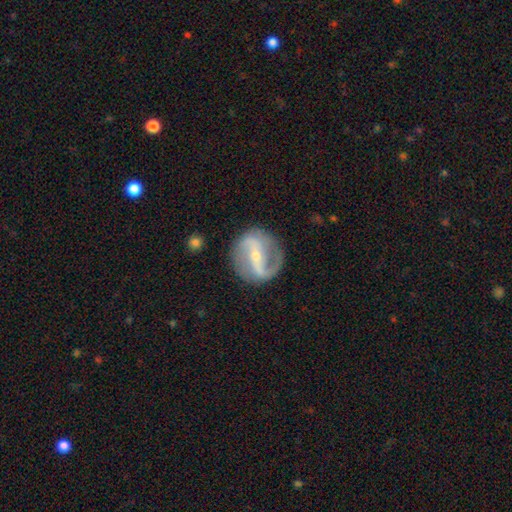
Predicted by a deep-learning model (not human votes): smooth-or-featured: featured or disk: 87% | smooth: 8% | star or artifact: 5%
  disk-edge-on: no: 96% | yes: 4%
    bar: strong: 58% | weak: 26% | no: 16%
    has-spiral-arms: yes: 92% | no: 8%
      spiral-winding: medium: 41% (tied) | loose: 41% (tied) | tight: 18%
      spiral-arm-count: 2: 89% | 1: 4% | can't tell: 4% | 3: 1% | 4: 1% | more than 4: 1%
    bulge-size: small: 66% | moderate: 31% | large: 1% | none: 1% | dominant: 1%
  merging: none: 82% | minor disturbance: 11% | major disturbance: 5% | merger: 1%